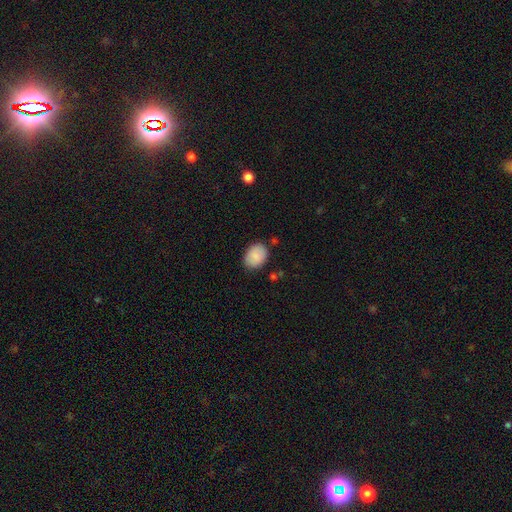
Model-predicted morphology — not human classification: Smooth or featured? Predicted: smooth (p=0.88). How rounded? Predicted: in between (p=0.67). Merging? Predicted: none (p=0.80).